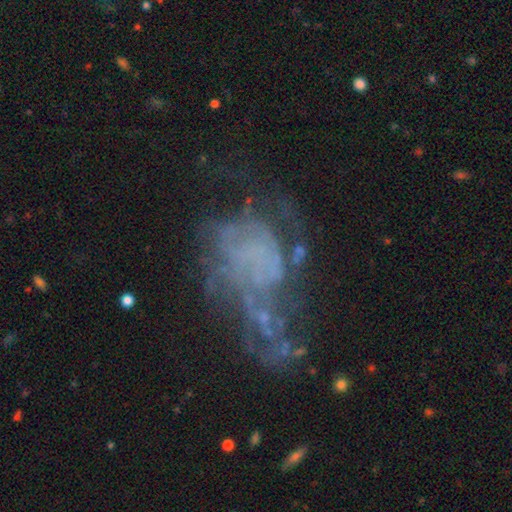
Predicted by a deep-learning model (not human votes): This appears to be a featured or disk galaxy (67%) with no bar (86%), no spiral arms (60%) and no central bulge (79%). Merging: major disturbance (45%).